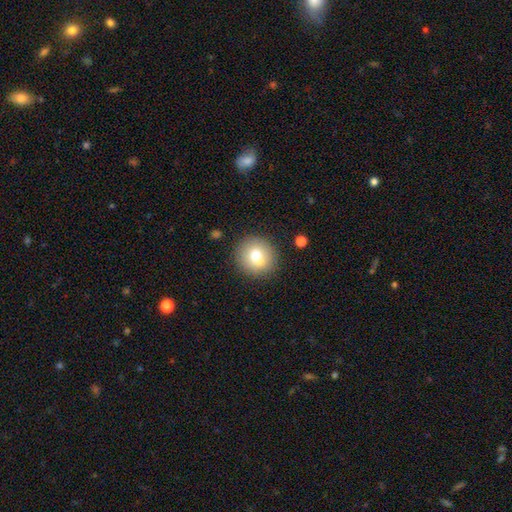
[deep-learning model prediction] smooth 70%, featured or disk 20%, star or artifact 10%. Down the decision tree: how rounded — round (88%); merging — none (73%).